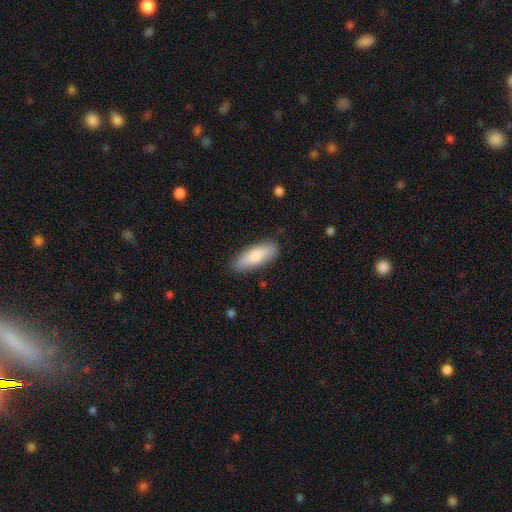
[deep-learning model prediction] Q: Smooth or featured?
A: smooth (80%); runner-up: featured or disk (15%)
Q: How rounded?
A: in between (66%); runner-up: cigar-shaped (32%)
Q: Merging?
A: none (82%); runner-up: minor disturbance (14%)